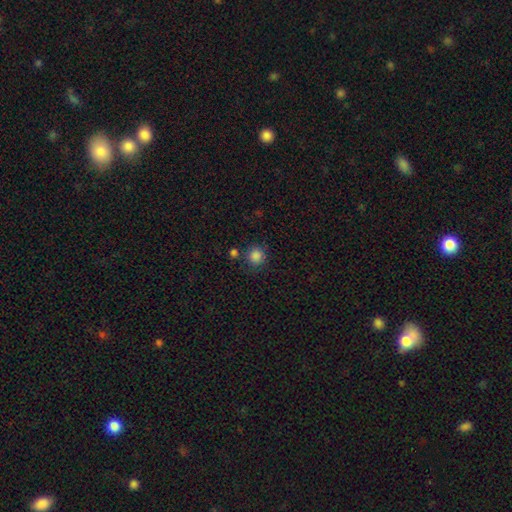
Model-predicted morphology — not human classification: Smooth or featured? smooth (85%)
How rounded? round (91%)
Merging? none (79%)